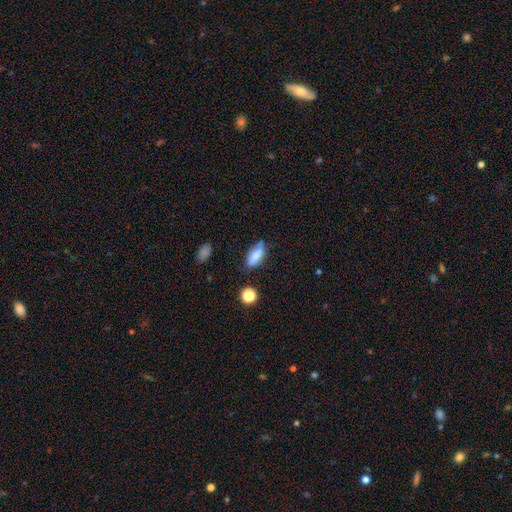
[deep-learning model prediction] Smooth or featured?
  - smooth: 72% *
  - featured or disk: 18%
  - star or artifact: 9%
How rounded?
  - in between: 78% *
  - cigar-shaped: 19%
  - round: 3%
Merging?
  - none: 60% *
  - minor disturbance: 26%
  - merger: 7%
  - major disturbance: 7%